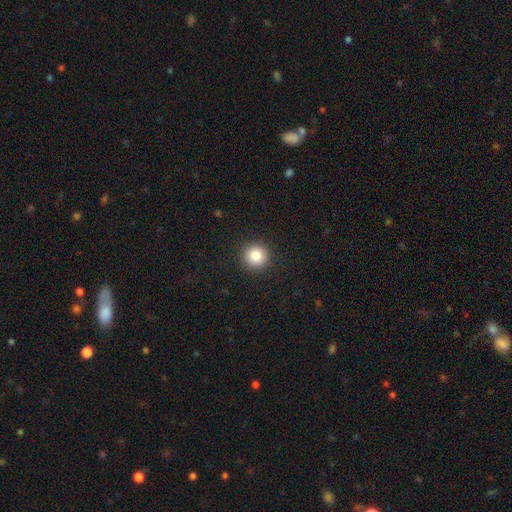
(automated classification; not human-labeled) smooth-or-featured: smooth: 85% | star or artifact: 10% | featured or disk: 6%
  how-rounded: round: 95% | in between: 4% | cigar-shaped: 1%
  merging: none: 92% | minor disturbance: 5% | major disturbance: 2% | merger: 1%